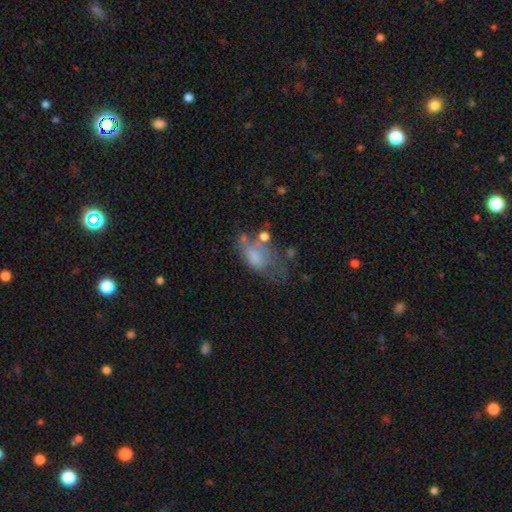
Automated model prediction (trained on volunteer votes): smooth-or-featured: smooth: 60% | featured or disk: 28% | star or artifact: 11%
  how-rounded: in between: 87% | round: 9% | cigar-shaped: 3%
  merging: major disturbance: 36% | none: 25% | minor disturbance: 25% | merger: 14%